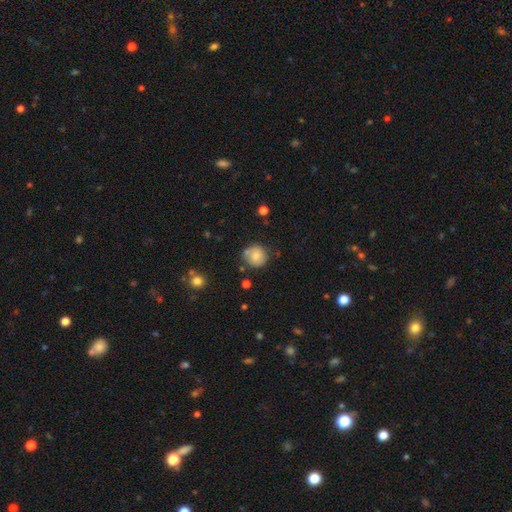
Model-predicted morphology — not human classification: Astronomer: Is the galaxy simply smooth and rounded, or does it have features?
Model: smooth — 79%.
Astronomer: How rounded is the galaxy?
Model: round — 90%.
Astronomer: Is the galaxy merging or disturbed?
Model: none — 70%.